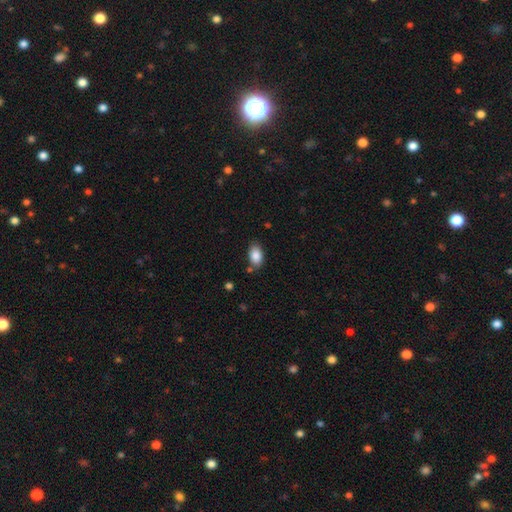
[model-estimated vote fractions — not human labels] Smooth or featured? smooth (87%)
How rounded? in between (91%)
Merging? none (78%)